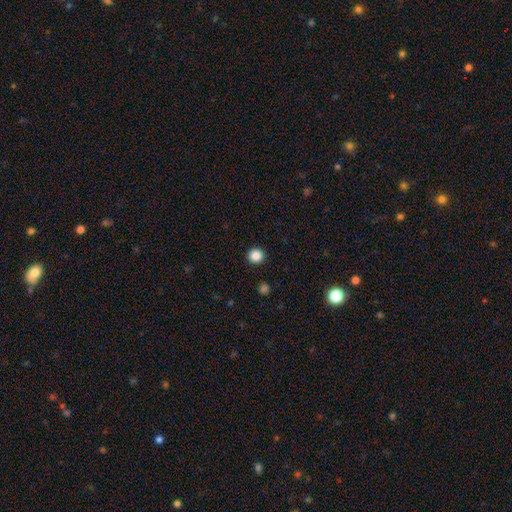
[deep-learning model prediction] A smooth galaxy with no disk features (87%) that is round (93%). Merging: none (93%).